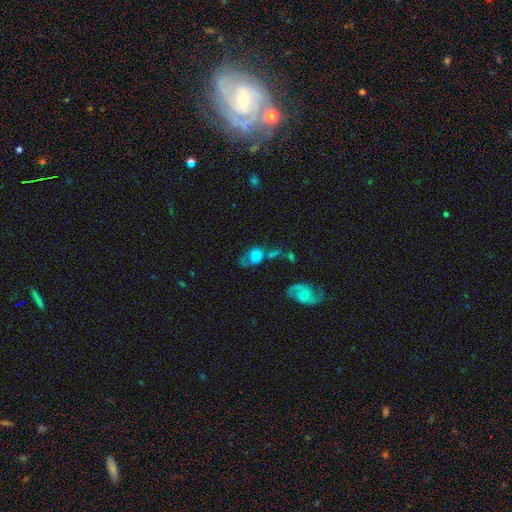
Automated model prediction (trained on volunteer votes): Morphology: type=smooth (63%); roundness=round (56%); merging=none (33%).